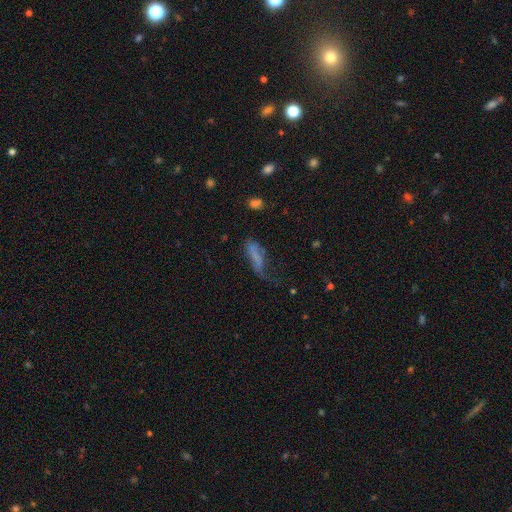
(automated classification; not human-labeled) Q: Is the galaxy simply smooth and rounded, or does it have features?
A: smooth — 60%.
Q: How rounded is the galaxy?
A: cigar-shaped — 51%.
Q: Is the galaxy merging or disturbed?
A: major disturbance — 40%.